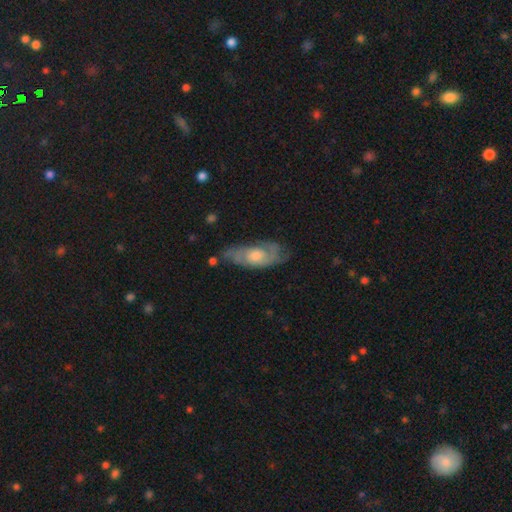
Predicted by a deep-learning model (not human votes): Overall: featured or disk (72%). Edge-on disk: no (87%). Bar: no (75%). Spiral arms: yes (87%). Spiral arm count: 2 (45%; can't tell 36%). Spiral winding: tight (48%; medium 39%). Bulge size: moderate (62%; small 23%). Merging: none (63%; minor disturbance 25%).